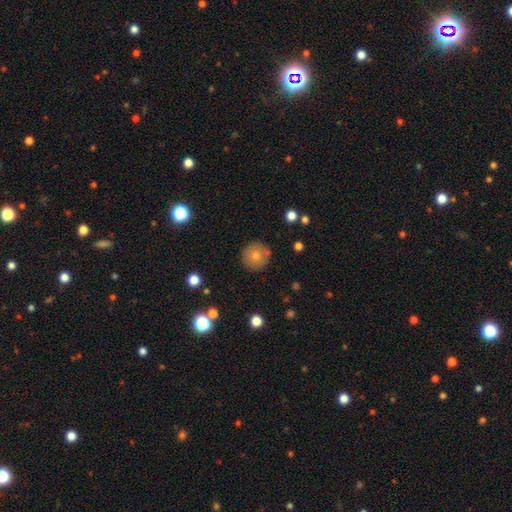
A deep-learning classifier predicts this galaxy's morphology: smooth_or_featured: smooth (p=0.76) [alt: featured or disk p=0.14]
how_rounded: round (p=0.95) [alt: in between p=0.04]
merging: none (p=0.86) [alt: minor disturbance p=0.09]